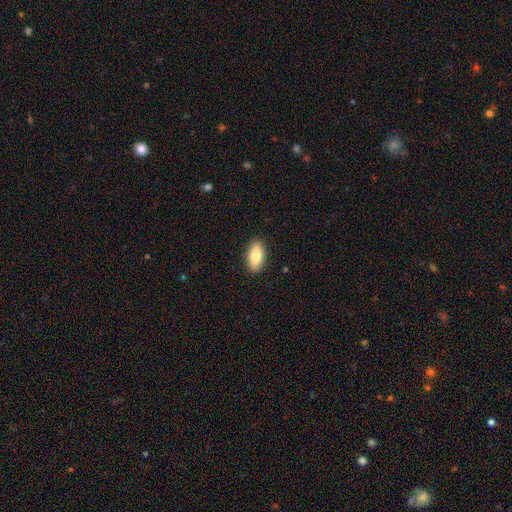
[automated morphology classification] Smooth or featured: smooth — 82% (featured or disk — 12%)
How rounded: in between — 88% (cigar-shaped — 10%)
Merging: none — 89% (minor disturbance — 8%)